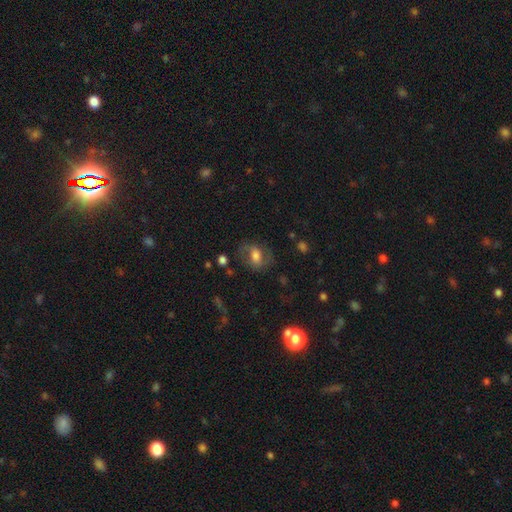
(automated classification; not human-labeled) smooth-or-featured: smooth: 47% | featured or disk: 44% | star or artifact: 10%
  merging: none: 65% | minor disturbance: 18% | major disturbance: 15% | merger: 2%